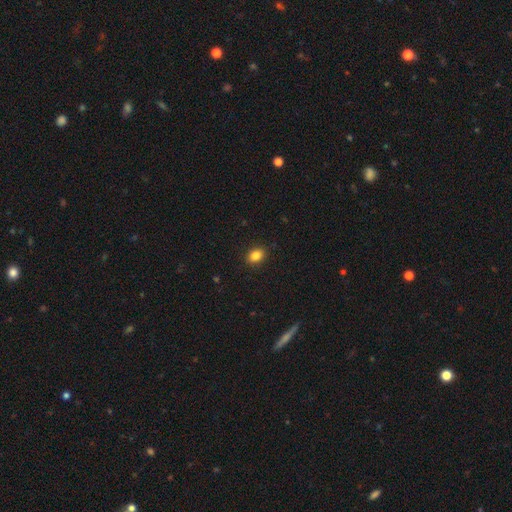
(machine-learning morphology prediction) smooth_or_featured: smooth (p=0.85) [alt: star or artifact p=0.10]
how_rounded: in between (p=0.65) [alt: round p=0.34]
merging: none (p=0.89) [alt: minor disturbance p=0.08]